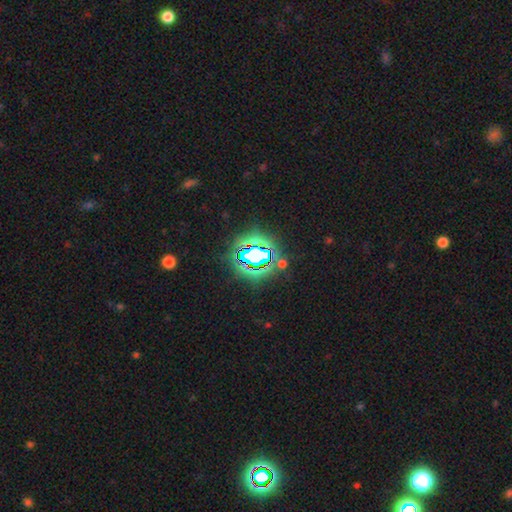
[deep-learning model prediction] smooth-or-featured: star or artifact: 72% | smooth: 16% | featured or disk: 11%